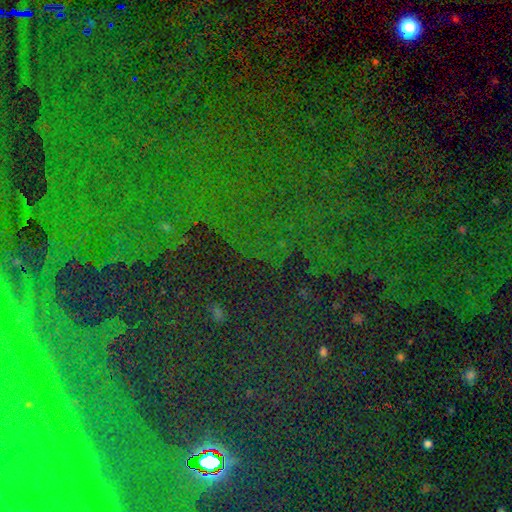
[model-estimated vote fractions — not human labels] Smooth or featured: star or artifact — 79% (smooth — 11%)